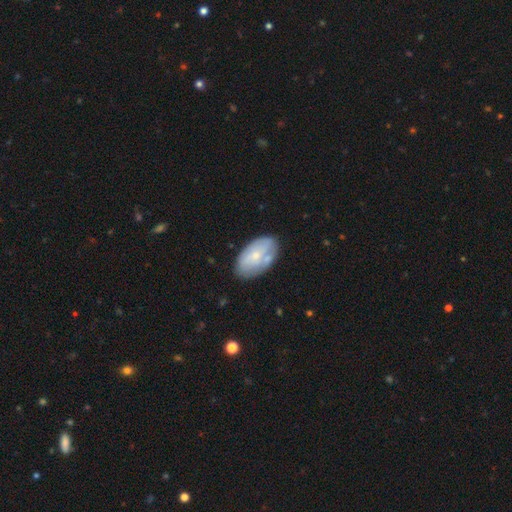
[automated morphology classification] Smooth or featured?
  - smooth: 55% *
  - featured or disk: 38%
  - star or artifact: 6%
How rounded?
  - in between: 93% *
  - round: 5%
  - cigar-shaped: 2%
Merging?
  - none: 66% *
  - minor disturbance: 21%
  - merger: 8%
  - major disturbance: 5%